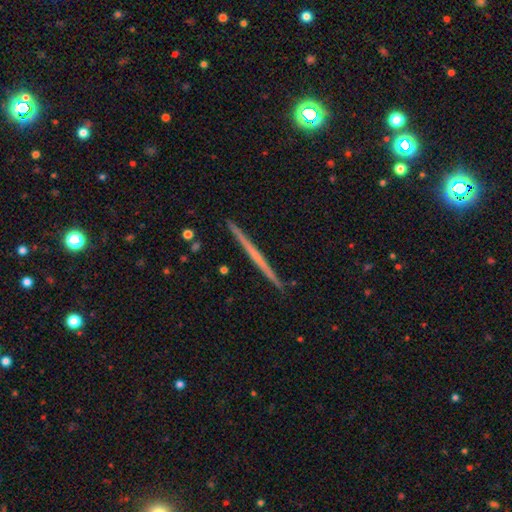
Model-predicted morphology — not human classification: Q: Smooth or featured?
A: featured or disk (64%); runner-up: smooth (30%)
Q: Edge-on disk?
A: yes (98%); runner-up: no (2%)
Q: Edge-on bulge?
A: none (85%); runner-up: rounded (11%)
Q: Merging?
A: none (93%); runner-up: minor disturbance (5%)